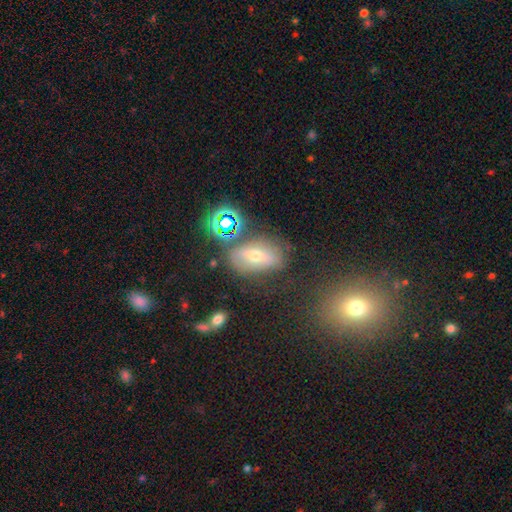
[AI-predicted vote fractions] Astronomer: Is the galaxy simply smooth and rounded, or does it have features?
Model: smooth — 41% (runner-up: featured or disk, 37%).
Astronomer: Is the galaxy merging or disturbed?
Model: none — 64%.